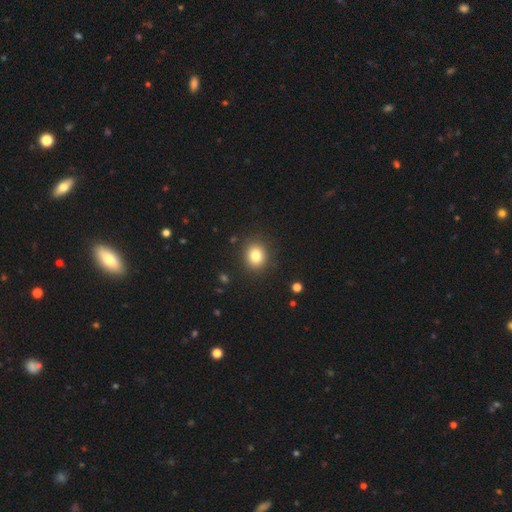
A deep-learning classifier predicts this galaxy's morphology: Overall: smooth (82%). How rounded: round (73%). Merging: none (88%).